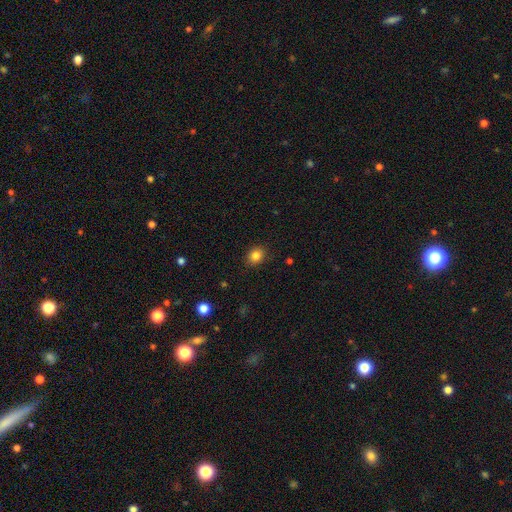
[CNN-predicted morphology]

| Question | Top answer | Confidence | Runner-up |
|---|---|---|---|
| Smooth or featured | smooth | 84% | star or artifact (11%) |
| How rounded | round | 64% | in between (36%) |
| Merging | none | 88% | minor disturbance (9%) |